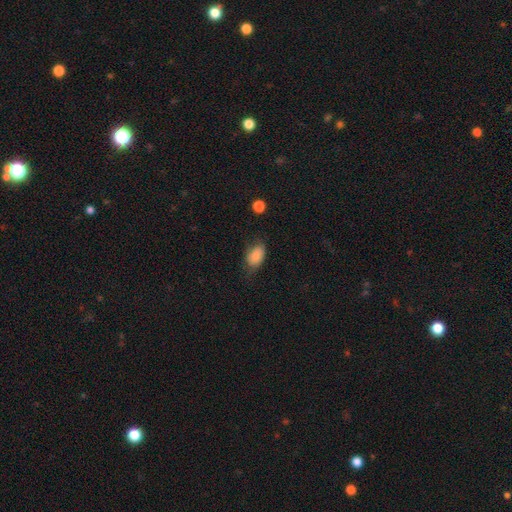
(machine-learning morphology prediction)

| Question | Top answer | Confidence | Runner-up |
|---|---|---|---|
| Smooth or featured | smooth | 84% | featured or disk (9%) |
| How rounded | in between | 89% | round (9%) |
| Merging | none | 59% | minor disturbance (30%) |